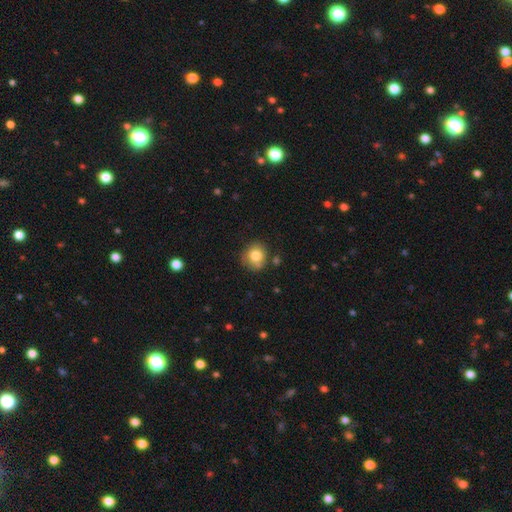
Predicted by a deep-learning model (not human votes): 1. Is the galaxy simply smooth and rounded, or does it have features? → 79% smooth, 11% featured or disk, 10% star or artifact.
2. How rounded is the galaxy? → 84% round, 15% in between, 1% cigar-shaped.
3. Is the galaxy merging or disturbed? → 73% none, 17% minor disturbance, 6% merger, 4% major disturbance.